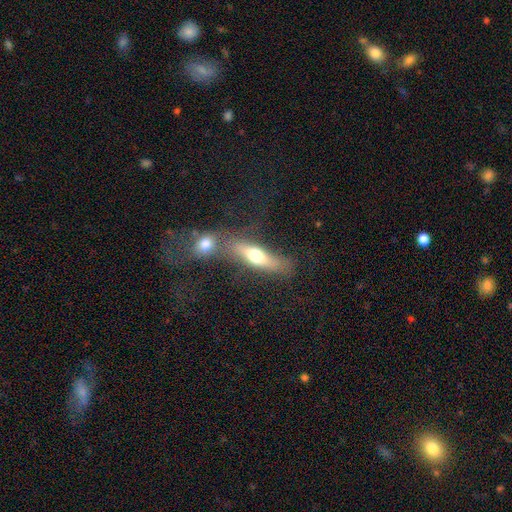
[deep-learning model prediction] Q: Smooth or featured?
A: smooth (54%); runner-up: featured or disk (38%)
Q: How rounded?
A: cigar-shaped (56%); runner-up: in between (40%)
Q: Merging?
A: none (53%); runner-up: merger (26%)